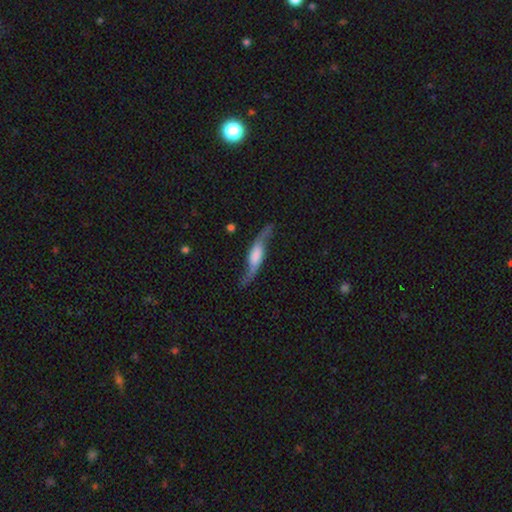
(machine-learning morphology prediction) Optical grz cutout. It shows a featured or disk galaxy (77%) with no bar (51%), spiral arms (93%) and a large central bulge (31%). Merging: none (73%).